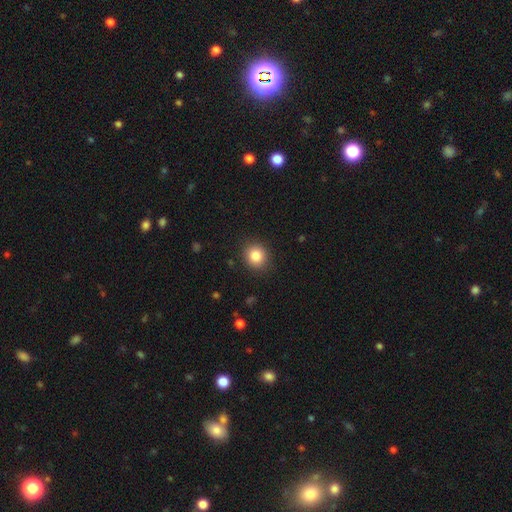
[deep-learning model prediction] Smooth or featured? Predicted: smooth (p=0.84). How rounded? Predicted: round (p=0.84). Merging? Predicted: none (p=0.90).